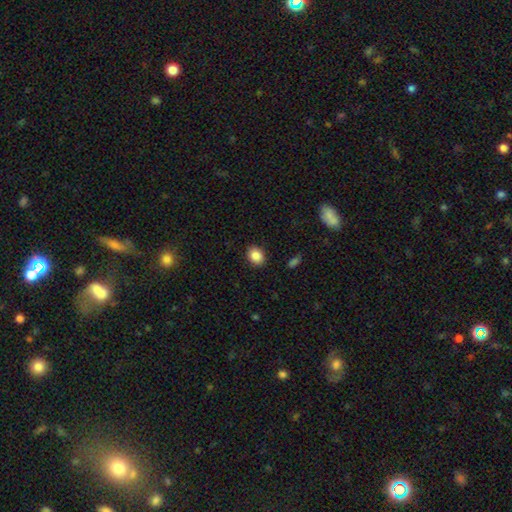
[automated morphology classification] A smooth galaxy with no disk features (86%) that is in between round and cigar-shaped (61%).

Vote fractions:
- Smooth or featured? smooth: 86% / star or artifact: 9% / featured or disk: 5%
- How rounded? in between: 61% / round: 38% / cigar-shaped: 1%
- Merging? none: 89% / minor disturbance: 8% / major disturbance: 2% / merger: 1%